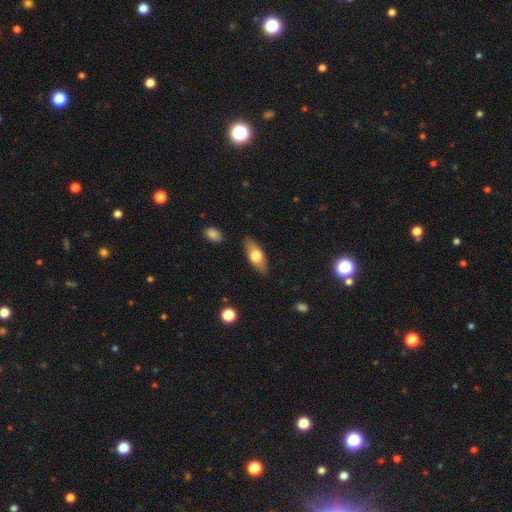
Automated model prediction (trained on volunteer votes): The model was most divided on "smooth or featured": smooth: 62%, featured or disk: 32%, star or artifact: 6%. More confident: merging — none (85%); how rounded — in between (74%).